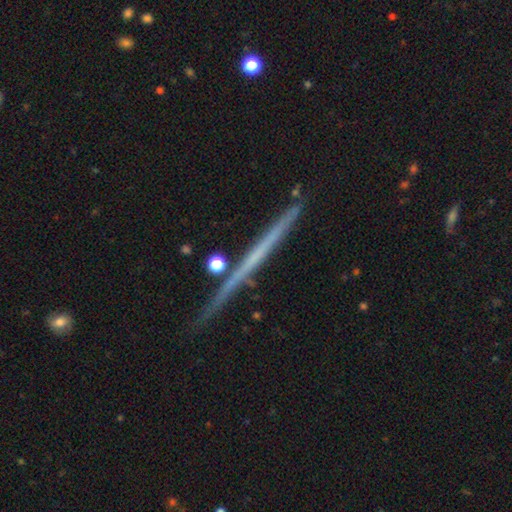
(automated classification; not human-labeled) A featured or disk galaxy (63%) viewed edge-on (98%) with no central bulge (90%).

Vote fractions:
- Smooth or featured? featured or disk: 63% / smooth: 30% / star or artifact: 7%
- Edge-on disk? yes: 98% / no: 2%
- Edge-on bulge? none: 90% / rounded: 7% / boxy: 3%
- Merging? none: 88% / minor disturbance: 8% / merger: 2% / major disturbance: 2%